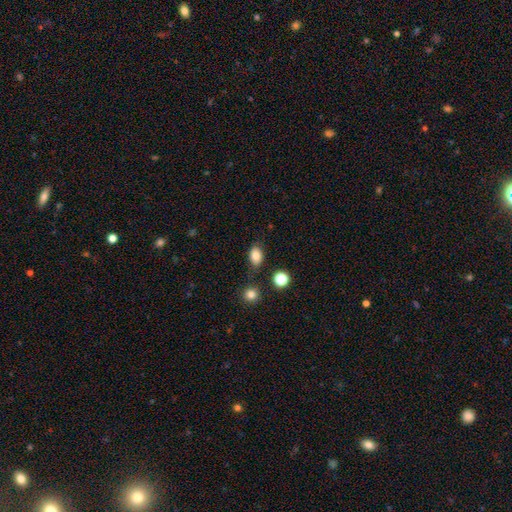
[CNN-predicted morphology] This appears to be a smooth galaxy with no disk features (82%) that is in between round and cigar-shaped (77%). Merging: none (78%).